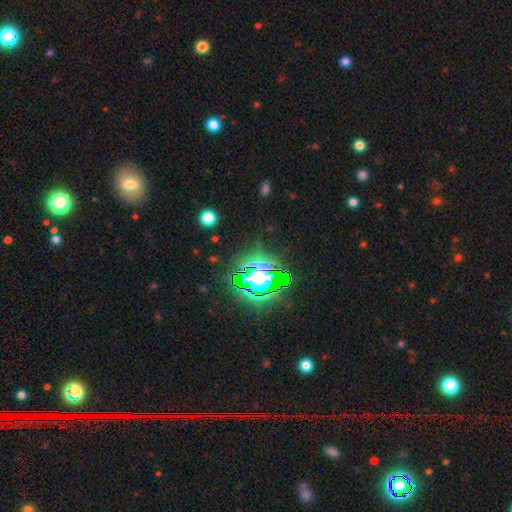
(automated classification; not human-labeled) Overall: star or artifact (81%).